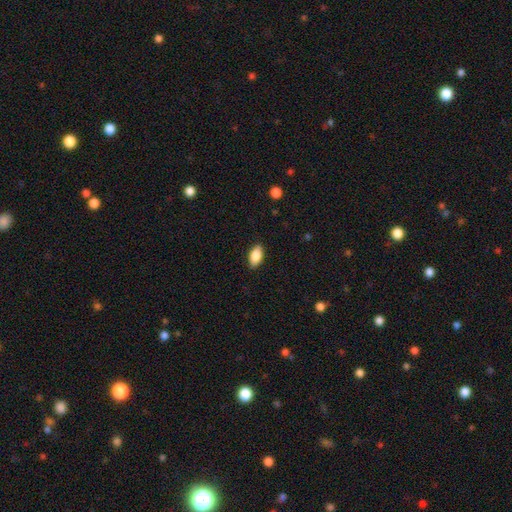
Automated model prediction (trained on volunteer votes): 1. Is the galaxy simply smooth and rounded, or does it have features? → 85% smooth, 8% featured or disk, 7% star or artifact.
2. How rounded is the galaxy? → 91% in between, 5% cigar-shaped, 3% round.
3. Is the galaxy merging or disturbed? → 88% none, 9% minor disturbance, 2% major disturbance, 1% merger.